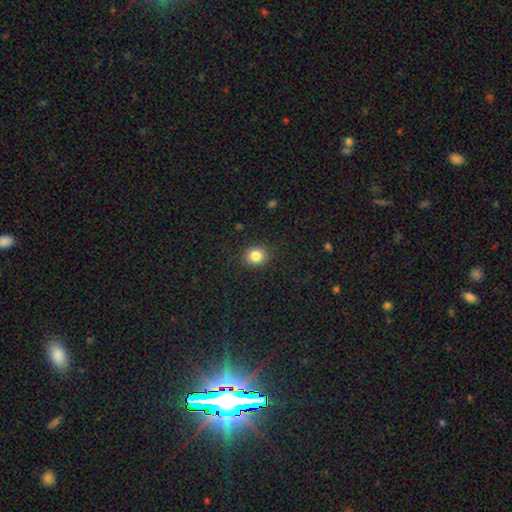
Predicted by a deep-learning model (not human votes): Smooth or featured? Predicted: smooth (p=0.84). How rounded? Predicted: round (p=0.76). Merging? Predicted: none (p=0.89).